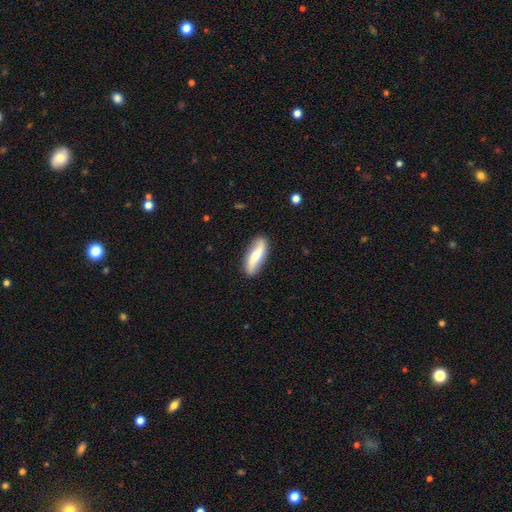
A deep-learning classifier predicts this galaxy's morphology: Smooth or featured?
  - featured or disk: 50% *
  - smooth: 44%
  - star or artifact: 6%
Merging?
  - none: 86% *
  - minor disturbance: 10%
  - major disturbance: 2%
  - merger: 1%